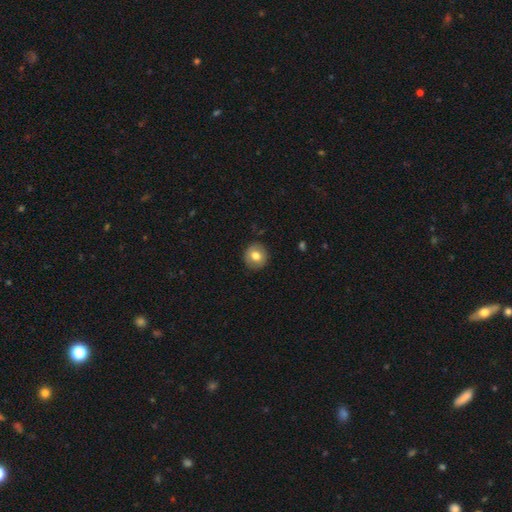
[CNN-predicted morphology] Smooth or featured? smooth (76%)
How rounded? round (91%)
Merging? none (89%)